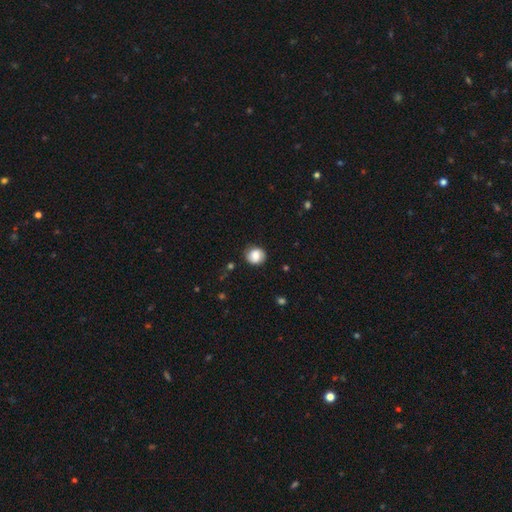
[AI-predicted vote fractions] Morphology: type=smooth (78%); roundness=round (86%); merging=none (85%).